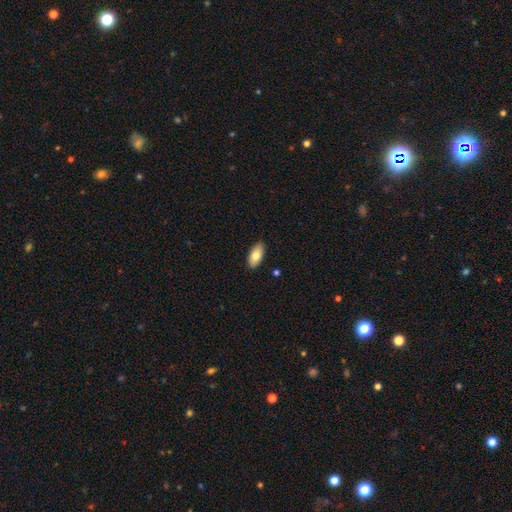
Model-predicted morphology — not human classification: smooth-or-featured: smooth: 78% | featured or disk: 16% | star or artifact: 6%
  how-rounded: in between: 91% | cigar-shaped: 7% | round: 2%
  merging: none: 89% | minor disturbance: 9% | major disturbance: 2% | merger: 1%